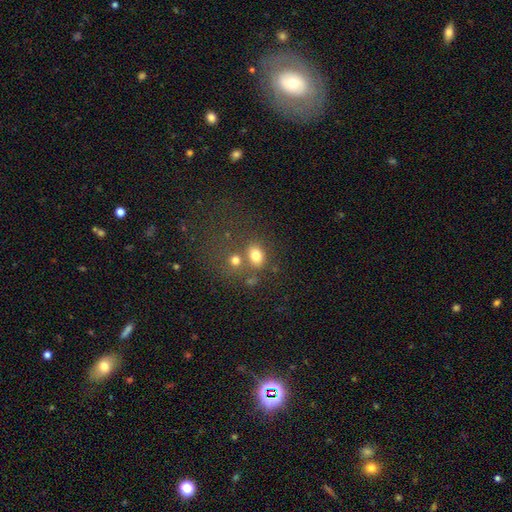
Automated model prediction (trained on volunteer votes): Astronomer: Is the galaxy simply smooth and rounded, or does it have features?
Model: smooth — 76%.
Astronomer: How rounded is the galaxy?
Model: in between — 57% (runner-up: round, 42%).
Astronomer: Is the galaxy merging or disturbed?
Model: none — 55%.